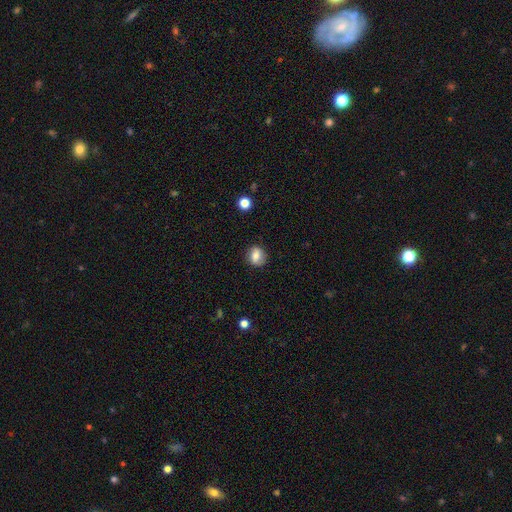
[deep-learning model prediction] A smooth galaxy with no disk features (73%) that is round (72%). Merging: none (85%).